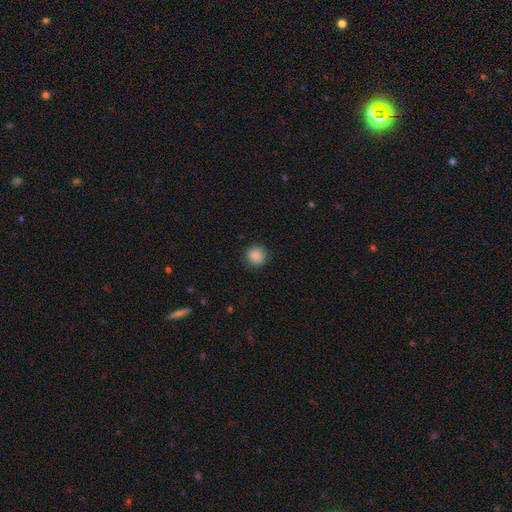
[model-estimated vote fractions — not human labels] A smooth galaxy with no disk features (88%) that is round (89%).

Vote fractions:
- Smooth or featured? smooth: 88% / star or artifact: 9% / featured or disk: 3%
- How rounded? round: 89% / in between: 10% / cigar-shaped: 1%
- Merging? none: 88% / minor disturbance: 9% / major disturbance: 3% / merger: 1%